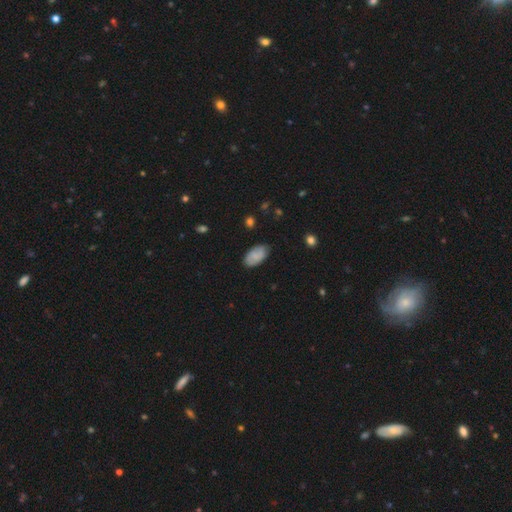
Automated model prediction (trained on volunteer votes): Smooth or featured? Predicted: smooth (p=0.76). How rounded? Predicted: in between (p=0.95). Merging? Predicted: none (p=0.78).